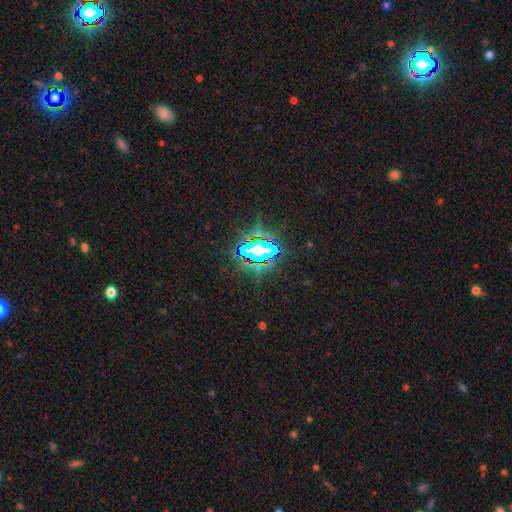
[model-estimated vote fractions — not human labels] Smooth or featured?
  - star or artifact: 82% *
  - smooth: 11%
  - featured or disk: 7%